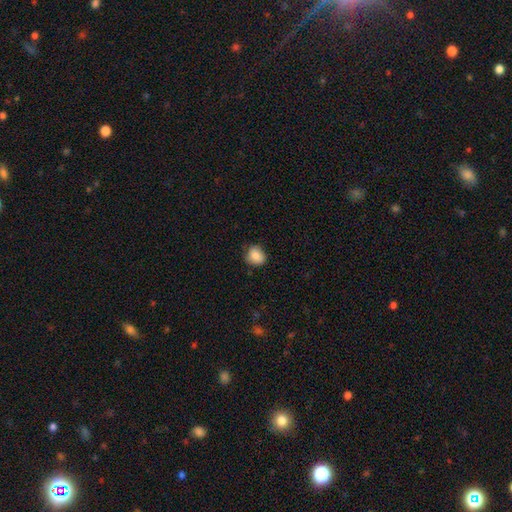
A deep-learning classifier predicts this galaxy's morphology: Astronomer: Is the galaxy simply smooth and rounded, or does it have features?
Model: smooth — 86%.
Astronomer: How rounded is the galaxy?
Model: round — 67%.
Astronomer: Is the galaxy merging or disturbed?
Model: none — 74%.